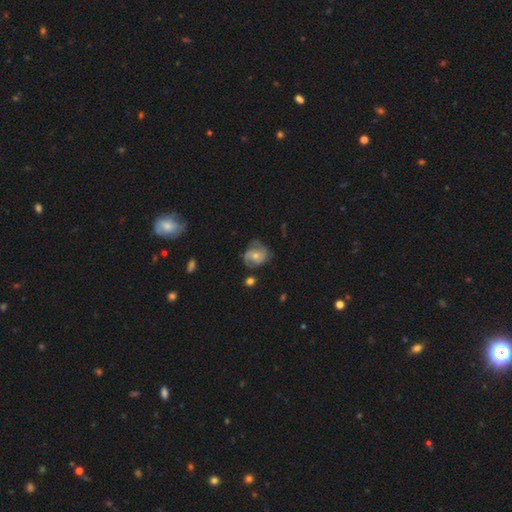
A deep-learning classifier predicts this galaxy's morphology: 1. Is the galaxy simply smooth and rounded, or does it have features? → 76% featured or disk, 18% smooth, 6% star or artifact.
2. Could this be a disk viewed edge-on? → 98% no, 2% yes.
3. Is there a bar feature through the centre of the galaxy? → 70% no, 25% weak, 5% strong.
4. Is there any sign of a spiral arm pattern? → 94% yes, 6% no.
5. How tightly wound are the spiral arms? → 46% medium, 39% tight, 15% loose.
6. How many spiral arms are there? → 52% 2, 25% 3, 13% can't tell, 4% 1, 3% 4, 3% more than 4.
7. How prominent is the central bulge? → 48% moderate, 47% small, 2% large, 2% none, 1% dominant.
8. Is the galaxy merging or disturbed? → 64% none, 24% minor disturbance, 9% major disturbance, 3% merger.